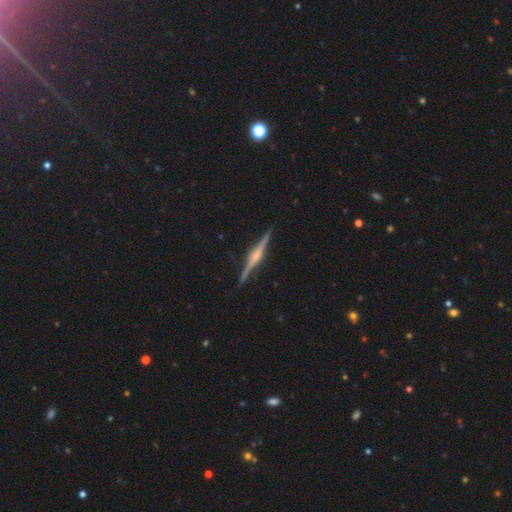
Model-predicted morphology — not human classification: Overall: featured or disk (86%). Edge-on disk: yes (99%). Edge-on bulge: rounded (72%). Merging: none (91%).